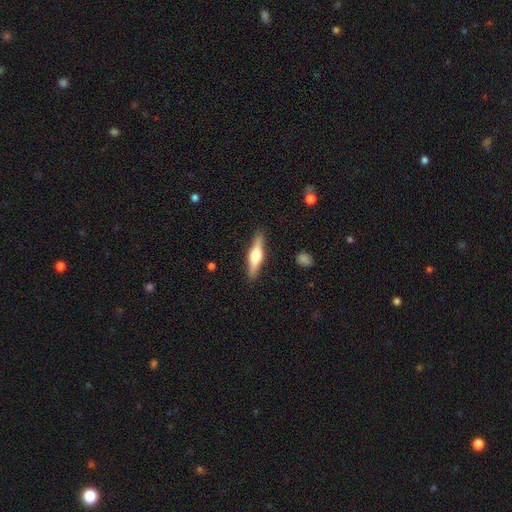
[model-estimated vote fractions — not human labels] Smooth or featured? Predicted: featured or disk (p=0.59). Edge-on disk? Predicted: yes (p=0.96). Edge-on bulge? Predicted: rounded (p=0.94). Merging? Predicted: none (p=0.89).